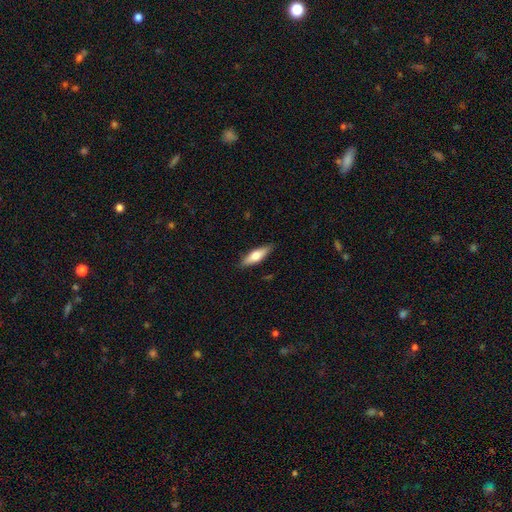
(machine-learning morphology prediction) Smooth or featured: smooth — 63% (featured or disk — 32%)
How rounded: cigar-shaped — 56% (in between — 42%)
Merging: none — 88% (minor disturbance — 9%)